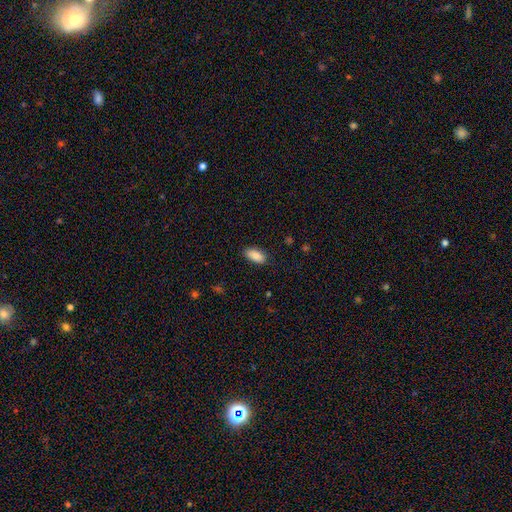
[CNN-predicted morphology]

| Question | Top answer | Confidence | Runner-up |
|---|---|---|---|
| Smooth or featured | smooth | 88% | star or artifact (7%) |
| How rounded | in between | 89% | cigar-shaped (8%) |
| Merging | none | 85% | minor disturbance (11%) |